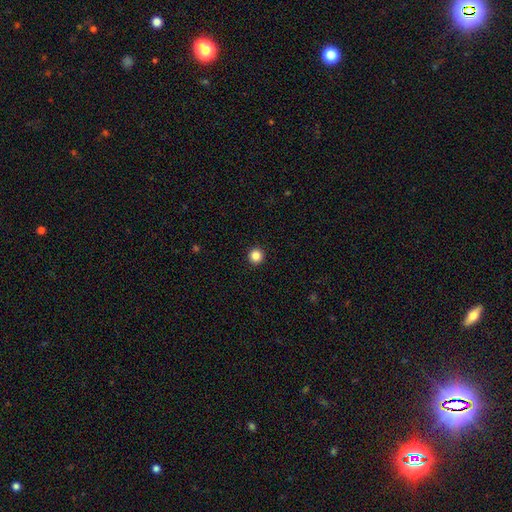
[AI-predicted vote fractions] A smooth galaxy with no disk features (86%) that is round (96%).

Vote fractions:
- Smooth or featured? smooth: 86% / star or artifact: 11% / featured or disk: 3%
- How rounded? round: 96% / in between: 3% / cigar-shaped: 1%
- Merging? none: 94% / minor disturbance: 4% / major disturbance: 1% / merger: 1%